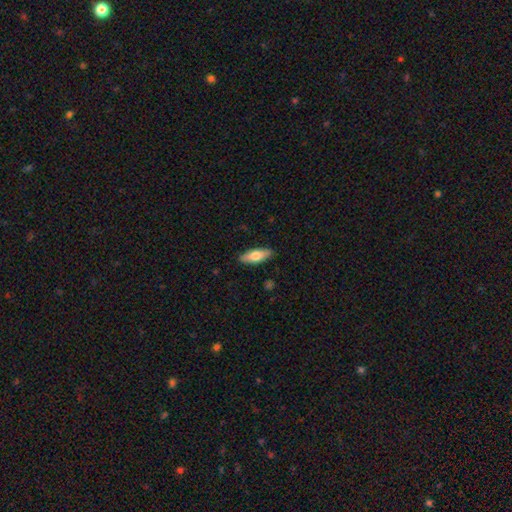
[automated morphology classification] smooth_or_featured: smooth (p=0.67) [alt: featured or disk p=0.28]
how_rounded: in between (p=0.62) [alt: cigar-shaped p=0.35]
merging: none (p=0.88) [alt: minor disturbance p=0.09]